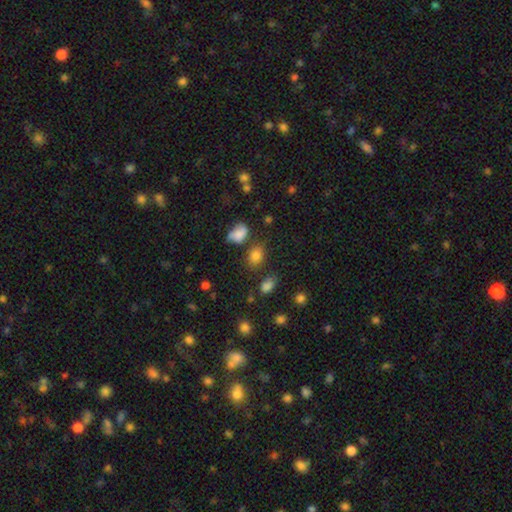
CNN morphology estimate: smooth_or_featured: smooth (p=0.79) [alt: star or artifact p=0.14]
how_rounded: in between (p=0.69) [alt: round p=0.30]
merging: none (p=0.66) [alt: minor disturbance p=0.19]